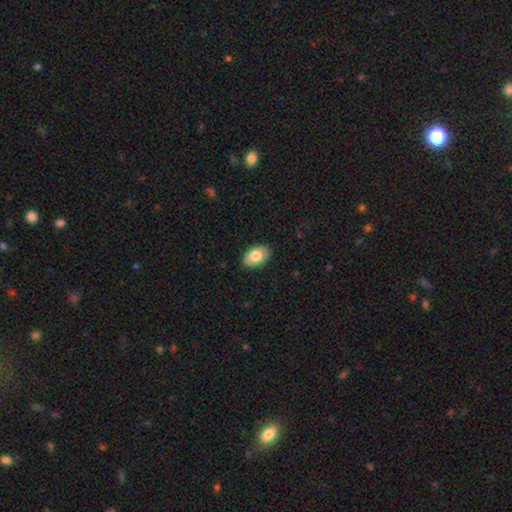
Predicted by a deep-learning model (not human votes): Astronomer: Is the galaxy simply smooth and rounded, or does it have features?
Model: smooth — 80%.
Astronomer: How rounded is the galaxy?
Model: in between — 91%.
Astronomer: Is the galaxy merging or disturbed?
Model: none — 87%.